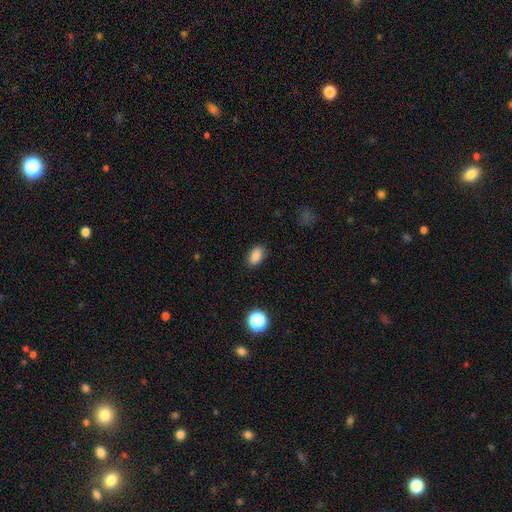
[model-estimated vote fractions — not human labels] This is clearly a smooth galaxy (86%). How rounded: clearly in between (90%). Merging: clearly none (87%).